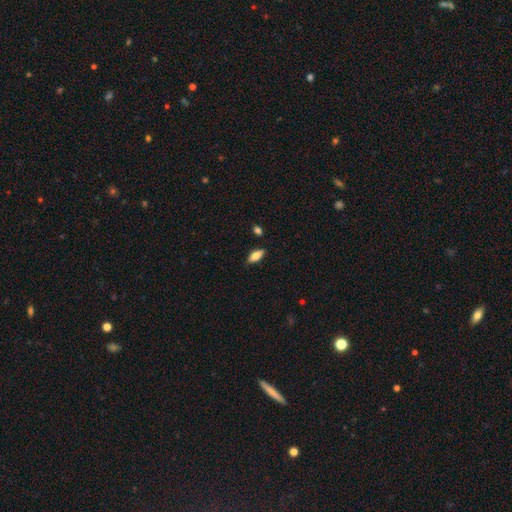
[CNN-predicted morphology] Q: Smooth or featured?
A: smooth (68%); runner-up: featured or disk (24%)
Q: How rounded?
A: in between (76%); runner-up: cigar-shaped (22%)
Q: Merging?
A: none (83%); runner-up: minor disturbance (12%)